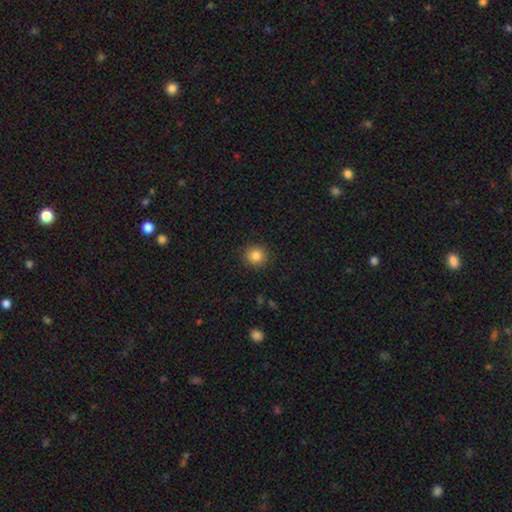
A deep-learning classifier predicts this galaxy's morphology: Q: Smooth or featured?
A: smooth (84%); runner-up: star or artifact (11%)
Q: How rounded?
A: round (91%); runner-up: in between (8%)
Q: Merging?
A: none (91%); runner-up: minor disturbance (6%)